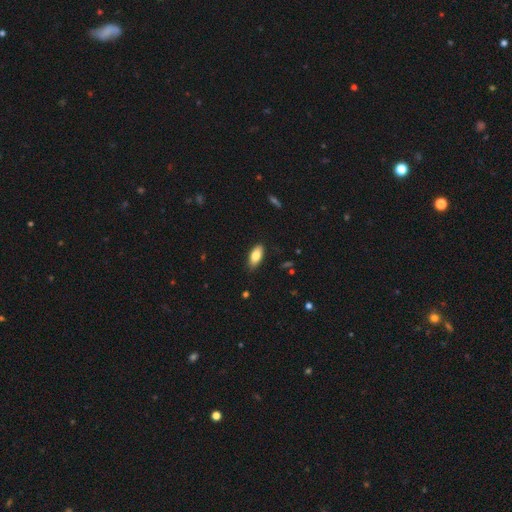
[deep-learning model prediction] smooth 81%, featured or disk 12%, star or artifact 7%. Down the decision tree: how rounded — in between (87%); merging — none (85%).